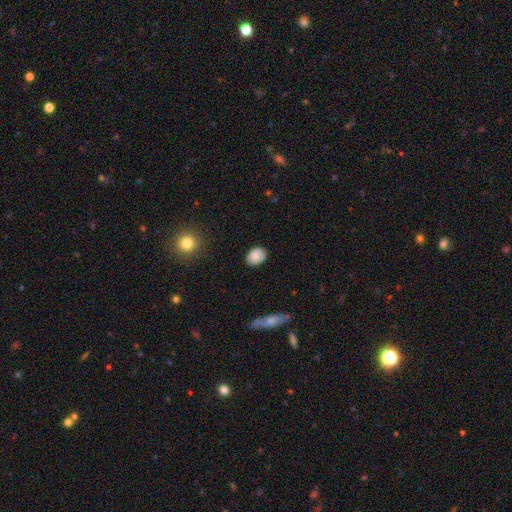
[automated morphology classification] Smooth or featured? Predicted: smooth (p=0.85). How rounded? Predicted: in between (p=0.61). Merging? Predicted: none (p=0.82).